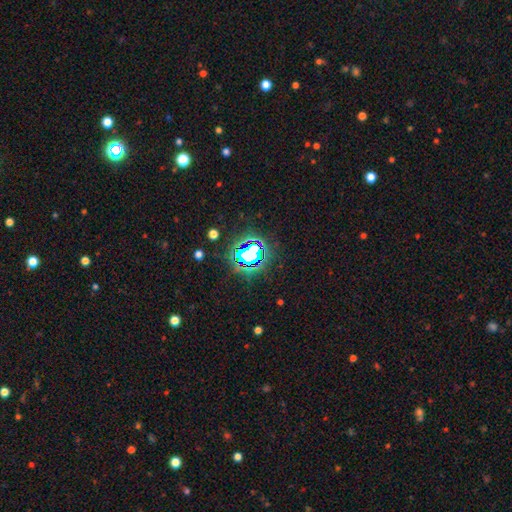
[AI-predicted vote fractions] smooth-or-featured: star or artifact: 84% | smooth: 9% | featured or disk: 6%